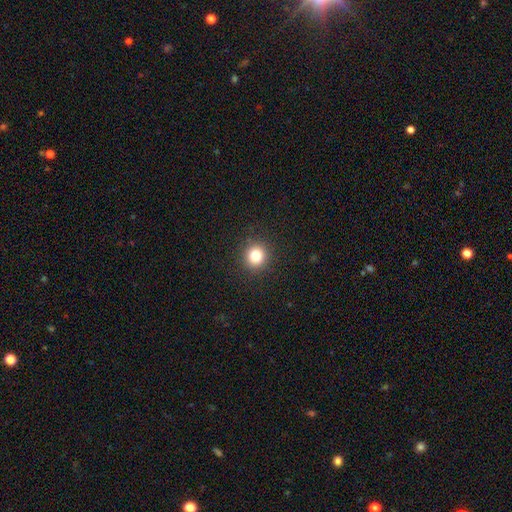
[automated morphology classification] Overall: smooth (82%). How rounded: round (91%). Merging: none (91%).